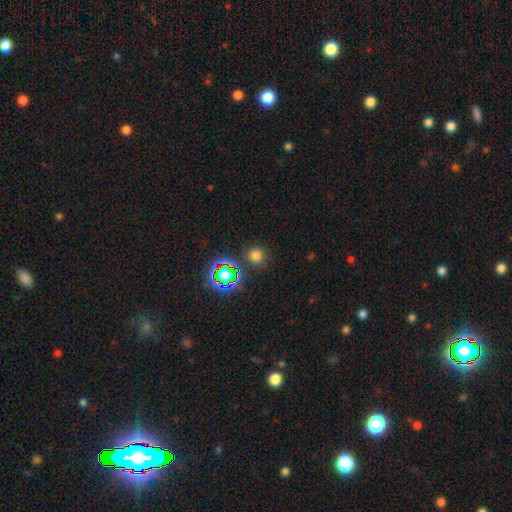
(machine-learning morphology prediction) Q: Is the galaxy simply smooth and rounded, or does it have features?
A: smooth — 68%.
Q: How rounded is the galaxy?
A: round — 91%.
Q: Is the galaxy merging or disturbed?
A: none — 83%.